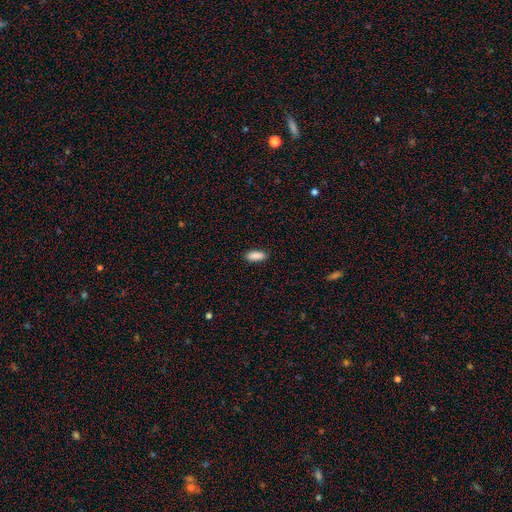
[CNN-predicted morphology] Overall: smooth (90%). How rounded: in between (78%). Merging: none (88%).